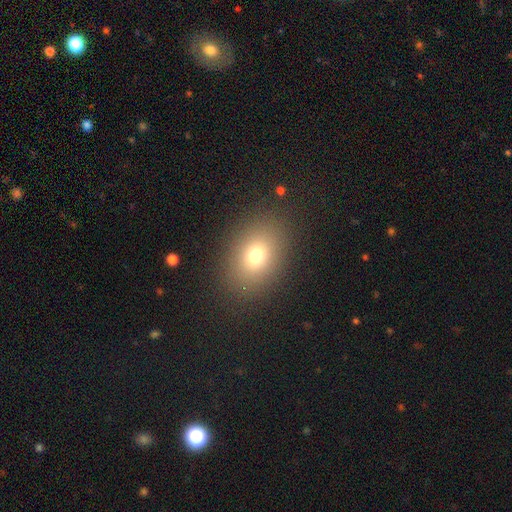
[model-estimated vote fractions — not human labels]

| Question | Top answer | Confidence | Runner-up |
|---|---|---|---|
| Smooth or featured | smooth | 74% | star or artifact (15%) |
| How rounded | in between | 67% | round (32%) |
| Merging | none | 86% | minor disturbance (8%) |